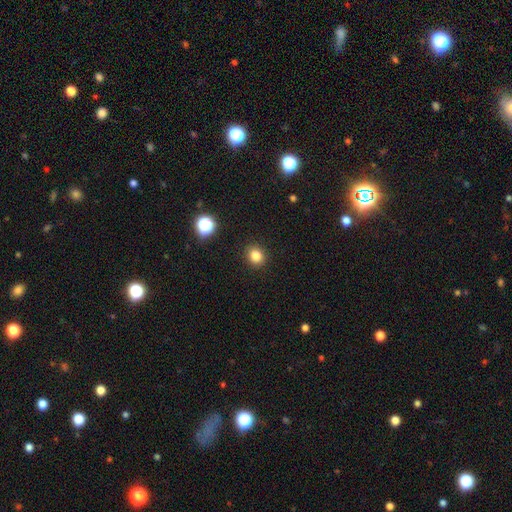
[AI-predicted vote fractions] Smooth or featured: smooth — 82% (star or artifact — 13%)
How rounded: round — 76% (in between — 23%)
Merging: none — 91% (minor disturbance — 6%)